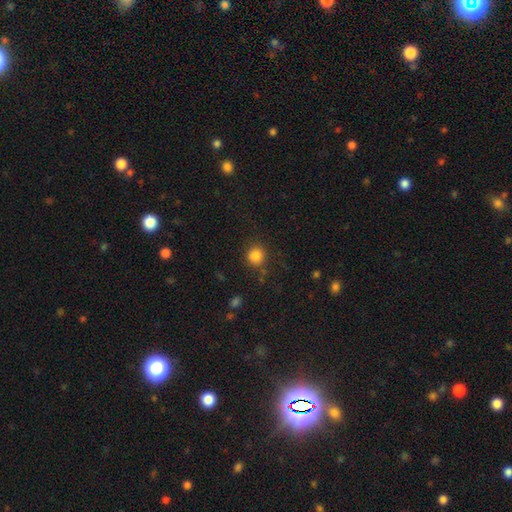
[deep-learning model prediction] Q: Smooth or featured?
A: smooth (84%); runner-up: star or artifact (11%)
Q: How rounded?
A: round (89%); runner-up: in between (11%)
Q: Merging?
A: none (82%); runner-up: minor disturbance (11%)